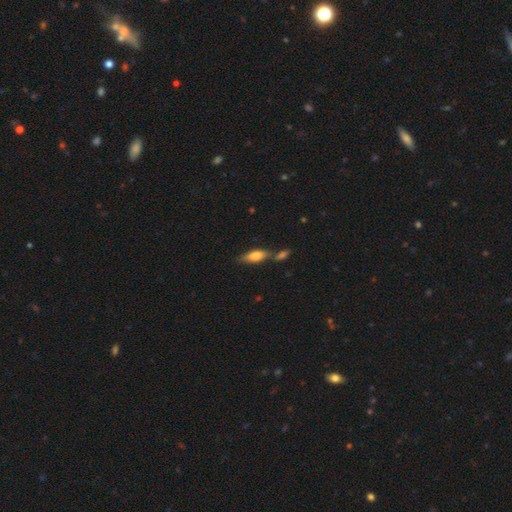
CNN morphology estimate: smooth-or-featured: smooth: 73% | featured or disk: 21% | star or artifact: 7%
  how-rounded: in between: 68% | cigar-shaped: 29% | round: 3%
  merging: none: 56% | merger: 27% | minor disturbance: 13% | major disturbance: 4%